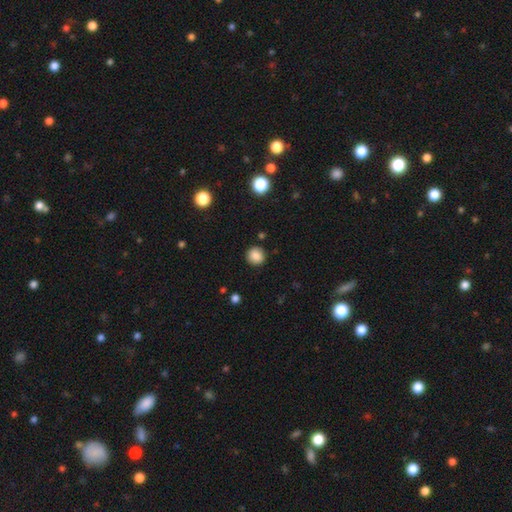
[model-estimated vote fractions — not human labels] This is clearly a smooth galaxy (86%). How rounded: clearly round (89%). Merging: clearly none (89%).